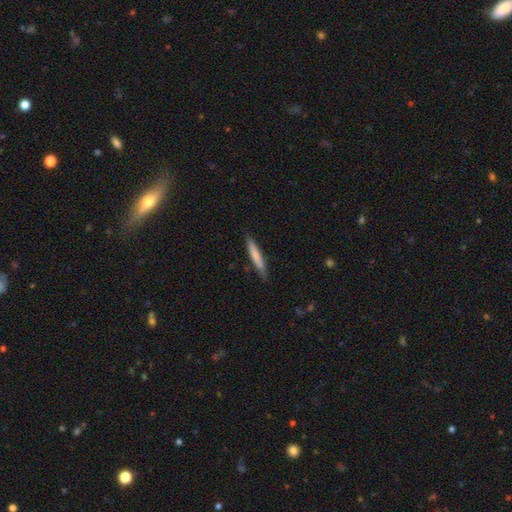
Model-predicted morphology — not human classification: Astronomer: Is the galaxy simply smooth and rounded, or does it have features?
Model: smooth — 74%.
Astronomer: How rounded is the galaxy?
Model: cigar-shaped — 93%.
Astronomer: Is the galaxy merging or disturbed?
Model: none — 82%.